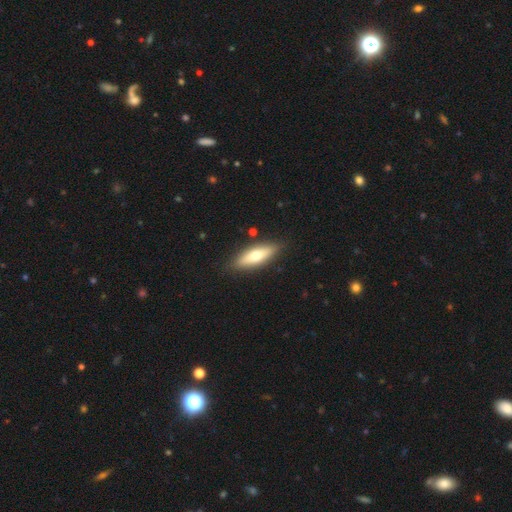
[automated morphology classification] Overall: smooth (63%; featured or disk 31%). How rounded: in between (52%; cigar-shaped 46%). Merging: none (86%).